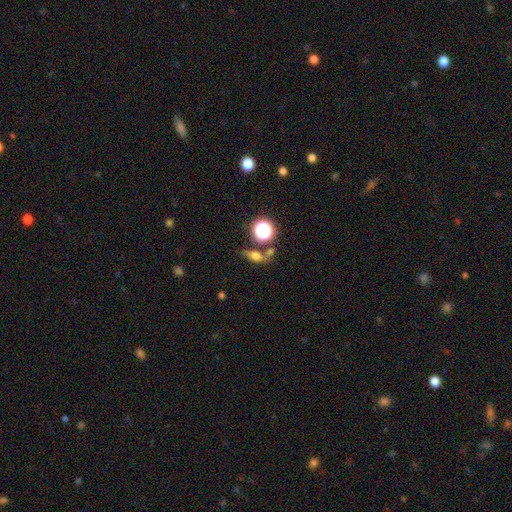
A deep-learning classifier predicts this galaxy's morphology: A smooth galaxy with no disk features (56%) that is in between round and cigar-shaped (54%).

Vote fractions:
- Smooth or featured? smooth: 56% / featured or disk: 25% / star or artifact: 19%
- How rounded? in between: 54% / round: 29% / cigar-shaped: 18%
- Merging? none: 56% / merger: 20% / minor disturbance: 16% / major disturbance: 8%